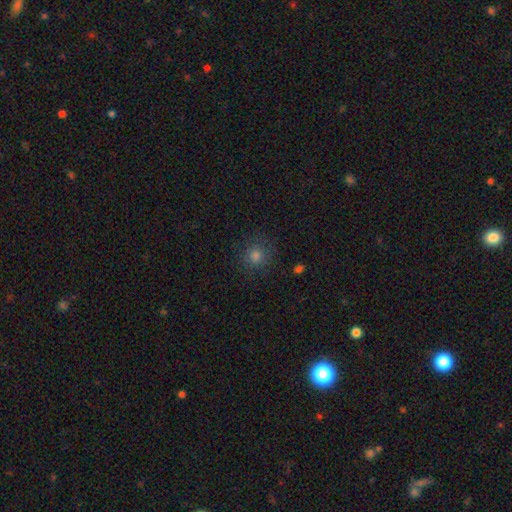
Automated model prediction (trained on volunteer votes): Morphology: type=smooth (76%); roundness=round (91%); merging=none (86%).